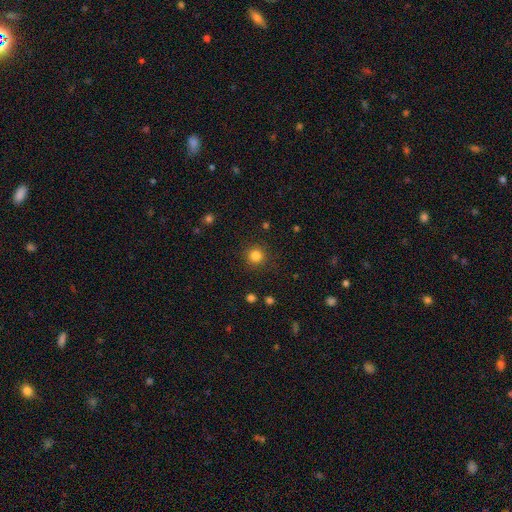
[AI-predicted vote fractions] Smooth or featured?
  - smooth: 83% *
  - star or artifact: 13%
  - featured or disk: 5%
How rounded?
  - round: 95% *
  - in between: 5%
  - cigar-shaped: 1%
Merging?
  - none: 90% *
  - minor disturbance: 6%
  - major disturbance: 2%
  - merger: 1%